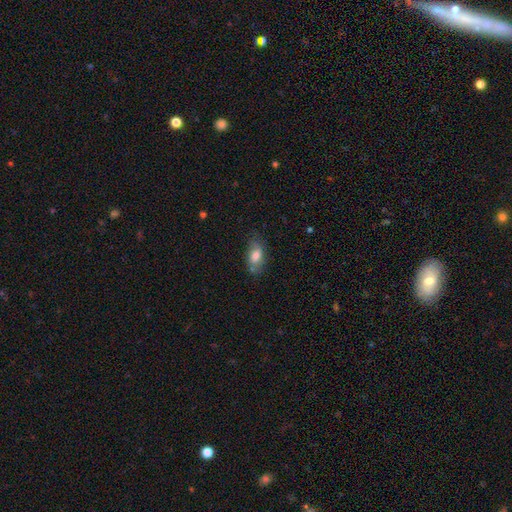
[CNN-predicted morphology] Overall: smooth (74%). How rounded: in between (89%). Merging: none (67%).